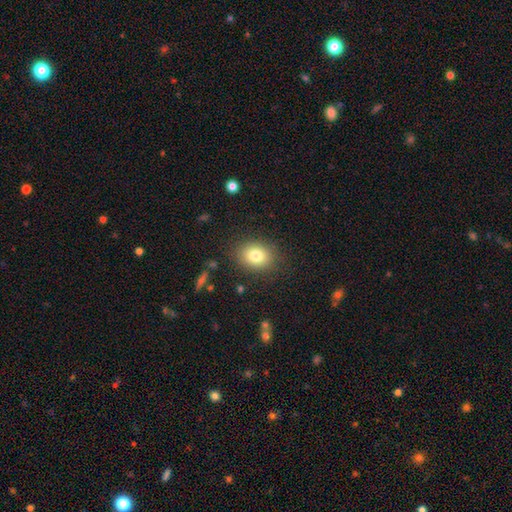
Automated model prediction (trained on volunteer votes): Smooth or featured? smooth (81%)
How rounded? in between (59%)
Merging? none (85%)